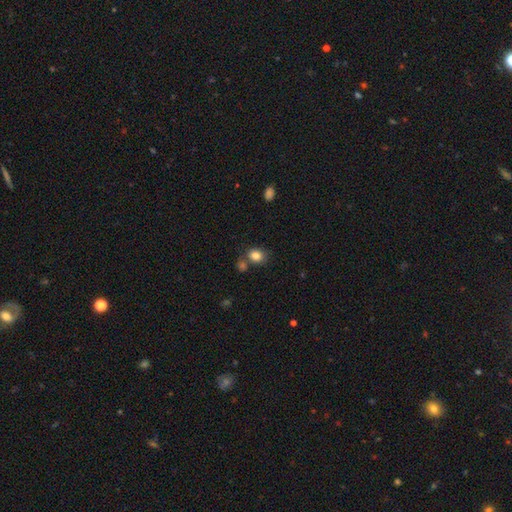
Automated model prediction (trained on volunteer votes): The model was most divided on "how rounded": round: 52%, in between: 47%, cigar-shaped: 1%. More confident: smooth or featured — smooth (83%); merging — none (67%).